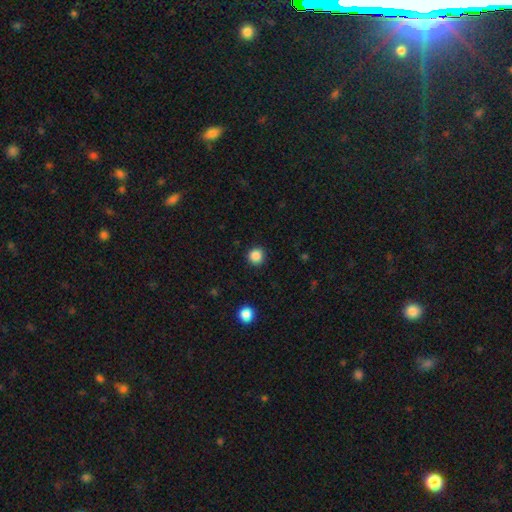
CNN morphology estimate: Smooth or featured? smooth (86%)
How rounded? round (94%)
Merging? none (91%)